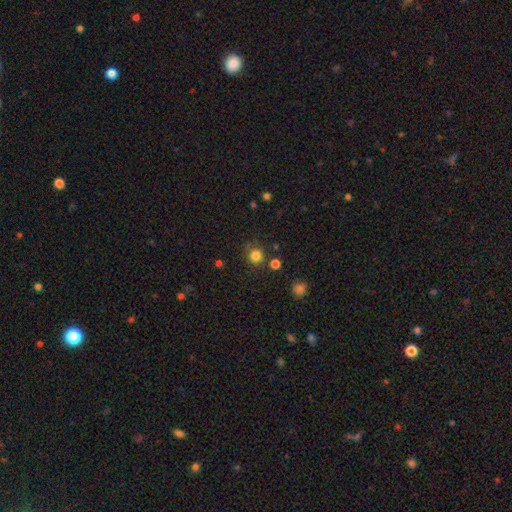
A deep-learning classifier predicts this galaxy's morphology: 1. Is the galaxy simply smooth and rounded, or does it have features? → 82% smooth, 14% star or artifact, 4% featured or disk.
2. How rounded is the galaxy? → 92% round, 7% in between, 1% cigar-shaped.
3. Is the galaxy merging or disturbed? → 79% none, 12% minor disturbance, 6% merger, 4% major disturbance.